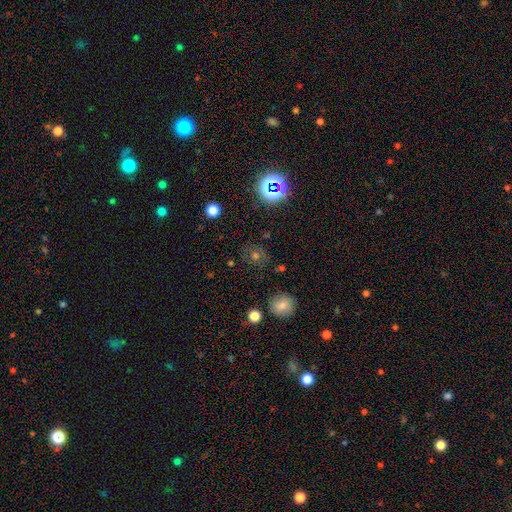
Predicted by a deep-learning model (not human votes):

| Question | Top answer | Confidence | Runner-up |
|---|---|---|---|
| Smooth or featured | smooth | 45% | star or artifact (41%) |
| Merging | none | 82% | minor disturbance (11%) |